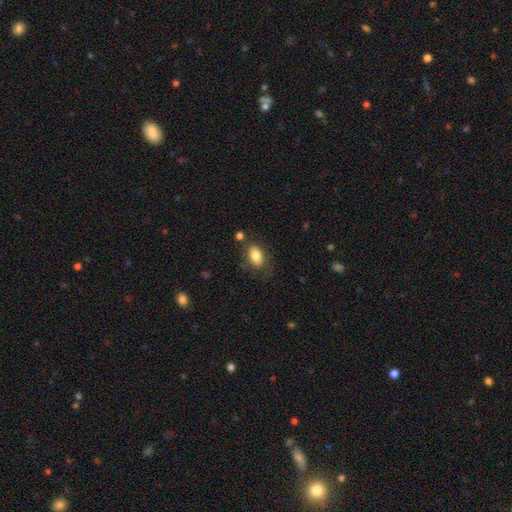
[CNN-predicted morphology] The model was most divided on "merging": none: 75%, minor disturbance: 16%, major disturbance: 5%, merger: 5%. More confident: how rounded — in between (90%); smooth or featured — smooth (82%).